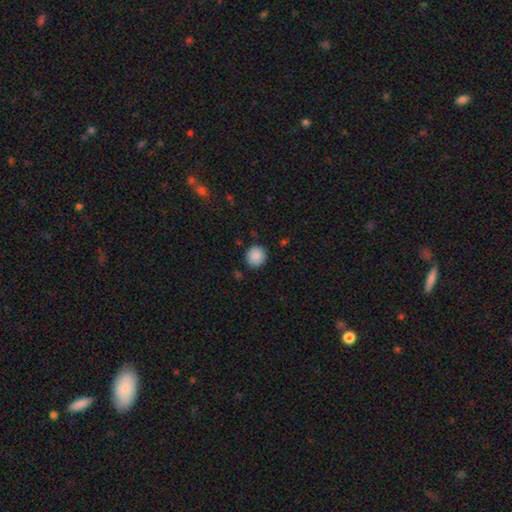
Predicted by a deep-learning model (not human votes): The model was most divided on "merging": none: 89%, minor disturbance: 8%, major disturbance: 2%, merger: 1%. More confident: how rounded — round (90%); smooth or featured — smooth (89%).